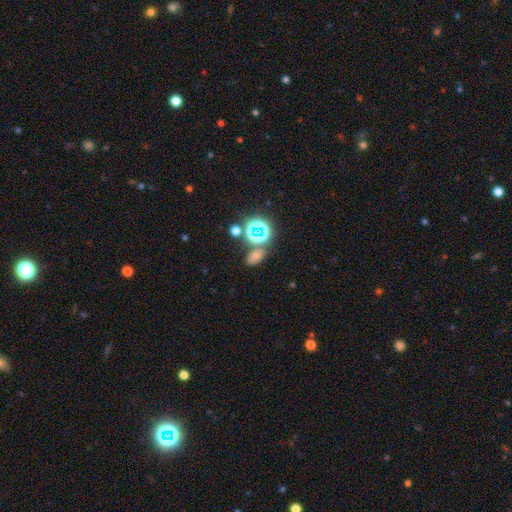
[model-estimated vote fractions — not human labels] A smooth galaxy with no disk features (58%) that is in between round and cigar-shaped (78%).

Vote fractions:
- Smooth or featured? smooth: 58% / star or artifact: 33% / featured or disk: 9%
- How rounded? in between: 78% / round: 19% / cigar-shaped: 3%
- Merging? none: 68% / merger: 14% / minor disturbance: 13% / major disturbance: 5%